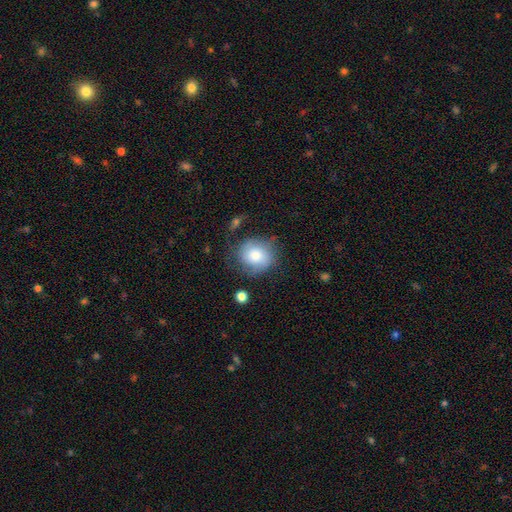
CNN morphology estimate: A smooth galaxy with no disk features (69%) that is round (79%). Merging: none (62%).